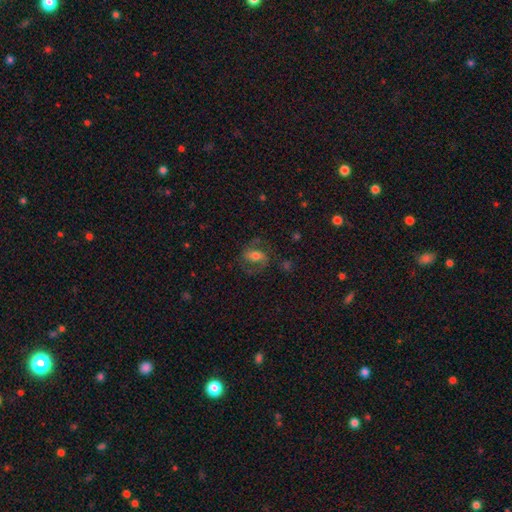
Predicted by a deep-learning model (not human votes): A featured or disk galaxy (58%) with a weak bar (38%), spiral arms (82%) and a moderate central bulge (60%).

Vote fractions:
- Smooth or featured? featured or disk: 58% / smooth: 32% / star or artifact: 10%
- Edge-on disk? no: 95% / yes: 5%
- Bar? weak: 38% / no: 33% / strong: 29%
- Spiral arms? yes: 82% / no: 18%
- Bulge size? moderate: 60% / small: 25% / large: 12% / none: 2% / dominant: 2%
- Merging? none: 64% / minor disturbance: 18% / major disturbance: 16% / merger: 2%